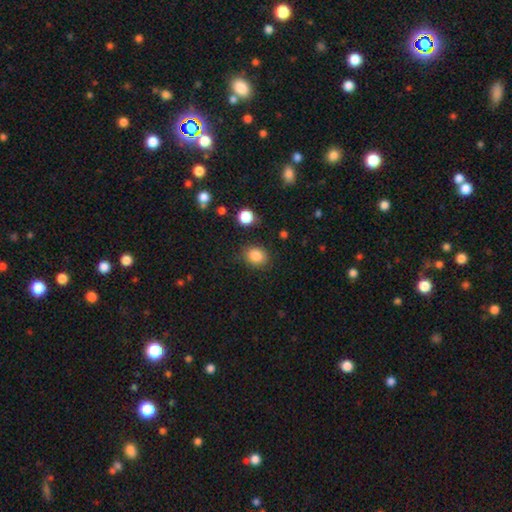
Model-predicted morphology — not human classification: smooth 85%, star or artifact 10%, featured or disk 5%. Down the decision tree: how rounded — round (55%); merging — none (84%).